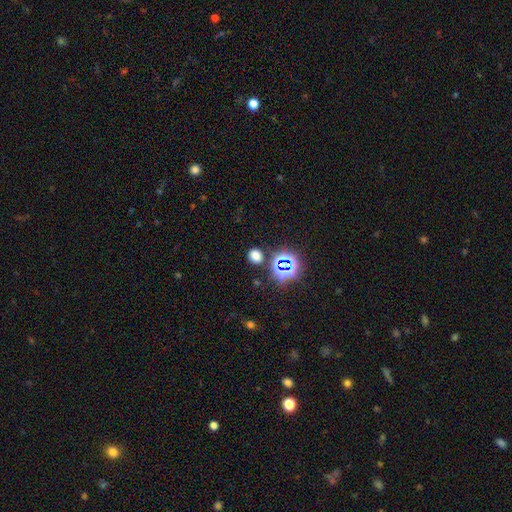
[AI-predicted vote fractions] smooth 66%, star or artifact 29%, featured or disk 6%. Down the decision tree: how rounded — round (78%); merging — none (84%).